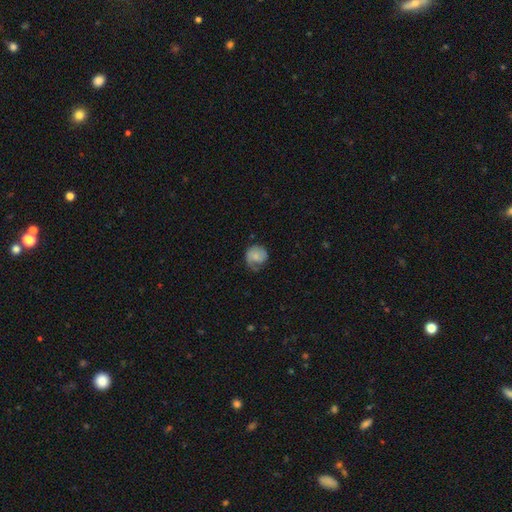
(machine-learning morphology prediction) A smooth galaxy with no disk features (59%) that is round (80%).

Vote fractions:
- Smooth or featured? smooth: 59% / featured or disk: 33% / star or artifact: 8%
- How rounded? round: 80% / in between: 19% / cigar-shaped: 1%
- Merging? none: 49% / minor disturbance: 31% / major disturbance: 18% / merger: 2%